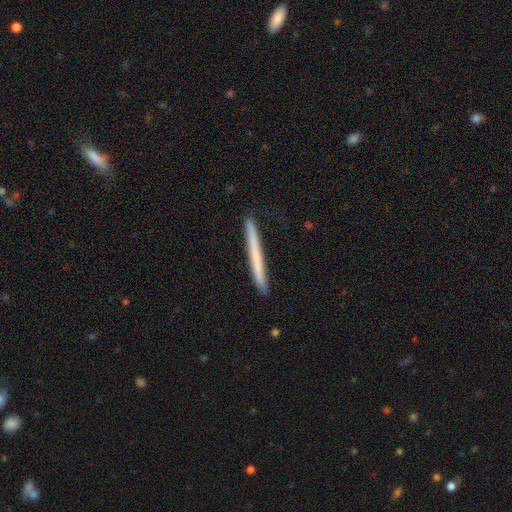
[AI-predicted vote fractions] Overall: smooth (60%; featured or disk 34%). How rounded: cigar-shaped (98%). Merging: none (91%).